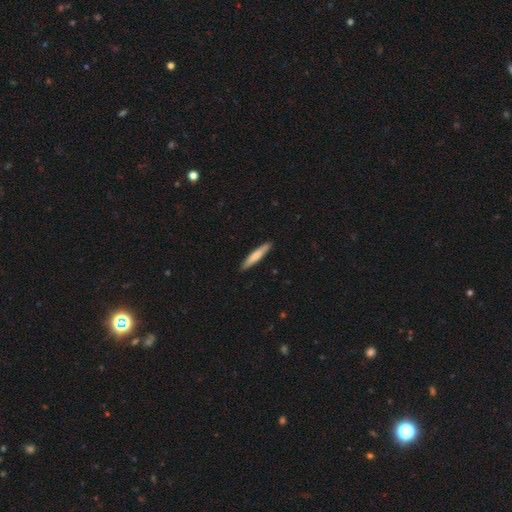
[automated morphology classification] smooth_or_featured: smooth (p=0.73) [alt: featured or disk p=0.22]
how_rounded: cigar-shaped (p=0.93) [alt: in between p=0.06]
merging: none (p=0.89) [alt: minor disturbance p=0.08]